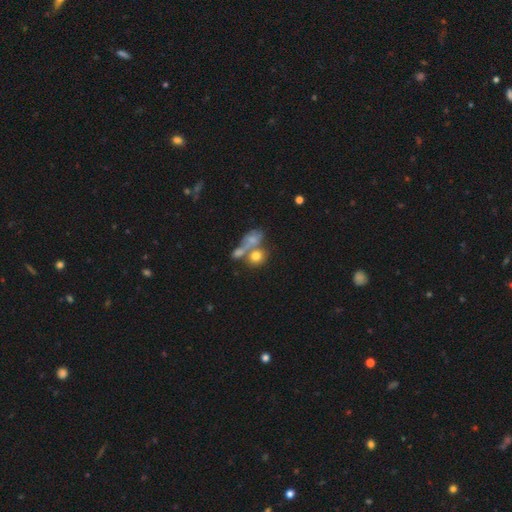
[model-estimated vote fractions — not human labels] Smooth or featured? Predicted: smooth (p=0.69). How rounded? Predicted: round (p=0.68). Merging? Predicted: merger (p=0.47).